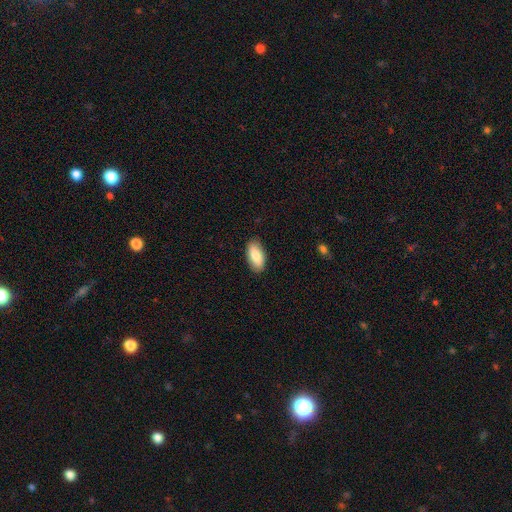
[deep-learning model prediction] Smooth or featured? Predicted: smooth (p=0.79). How rounded? Predicted: in between (p=0.91). Merging? Predicted: none (p=0.88).